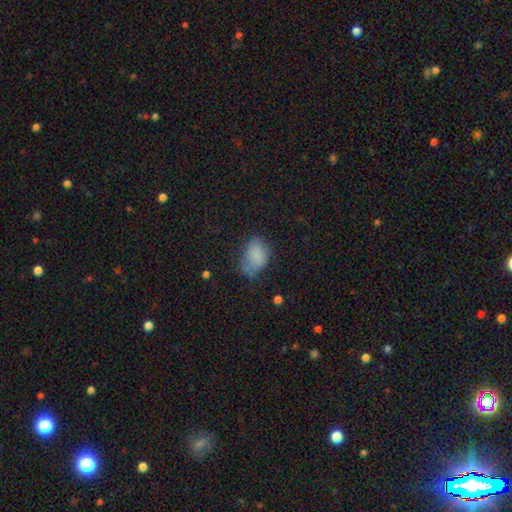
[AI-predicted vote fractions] This appears to be a smooth galaxy with no disk features (80%) that is in between round and cigar-shaped (84%). Merging: none (47%).